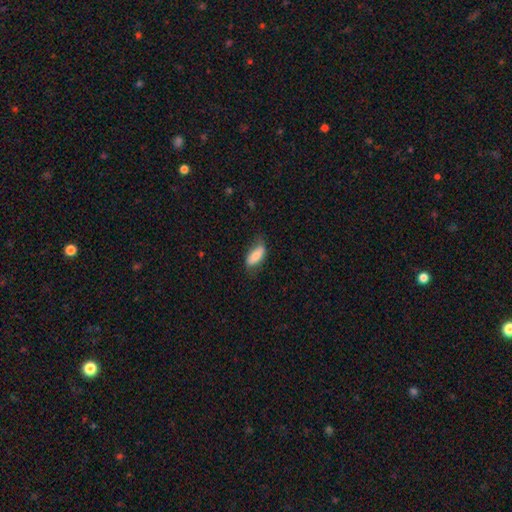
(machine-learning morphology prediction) This appears to be a smooth galaxy with no disk features (72%) that is in between round and cigar-shaped (77%). Merging: none (62%).